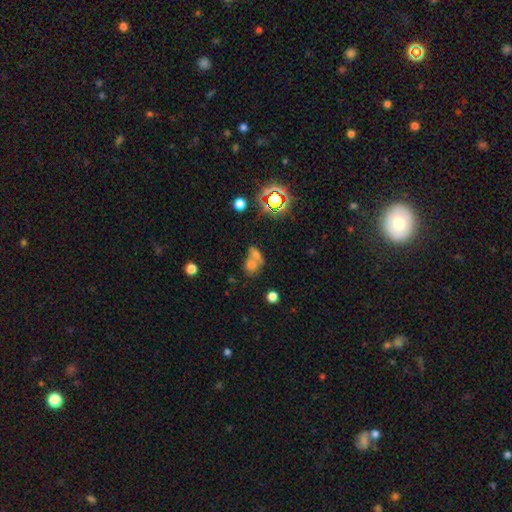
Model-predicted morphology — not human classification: Smooth or featured? smooth (60%)
How rounded? in between (53%)
Merging? merger (63%)